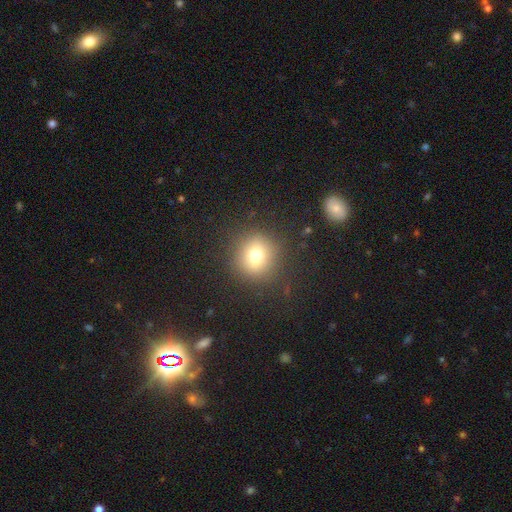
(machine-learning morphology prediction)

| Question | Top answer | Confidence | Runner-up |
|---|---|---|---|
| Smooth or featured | smooth | 74% | star or artifact (15%) |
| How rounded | round | 91% | in between (8%) |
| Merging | none | 88% | minor disturbance (7%) |